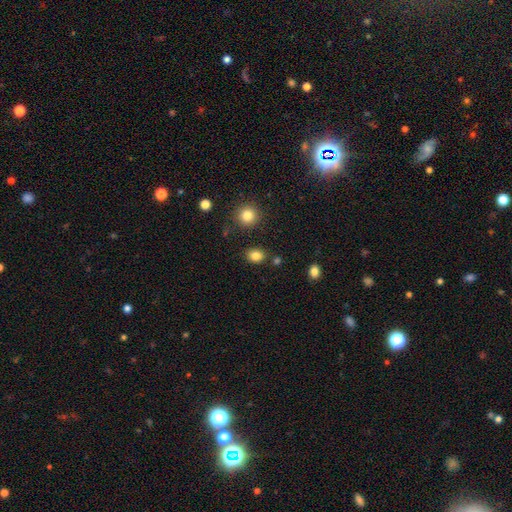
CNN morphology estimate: Smooth or featured? Predicted: smooth (p=0.84). How rounded? Predicted: round (p=0.52). Merging? Predicted: none (p=0.84).